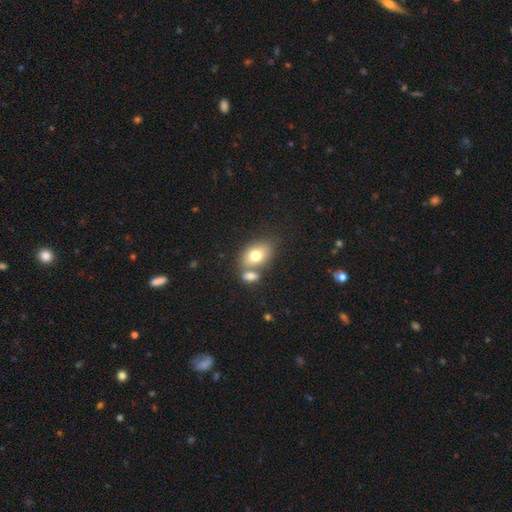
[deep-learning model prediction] The model was most divided on "merging": none: 47%, merger: 38%, minor disturbance: 11%, major disturbance: 4%. More confident: how rounded — in between (82%); smooth or featured — smooth (75%).